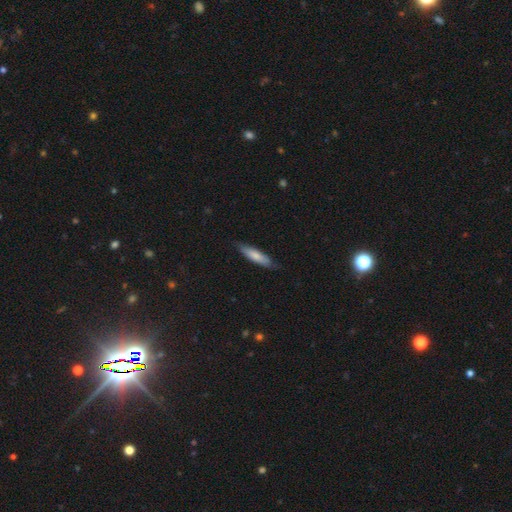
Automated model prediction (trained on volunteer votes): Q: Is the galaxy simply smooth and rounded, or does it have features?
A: smooth — 73%.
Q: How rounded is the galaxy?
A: cigar-shaped — 73%.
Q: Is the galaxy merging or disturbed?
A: none — 79%.